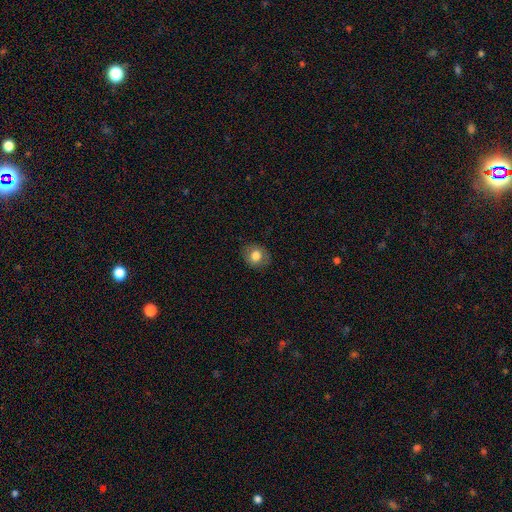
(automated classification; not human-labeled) A smooth galaxy with no disk features (78%) that is round (70%). Merging: none (86%).